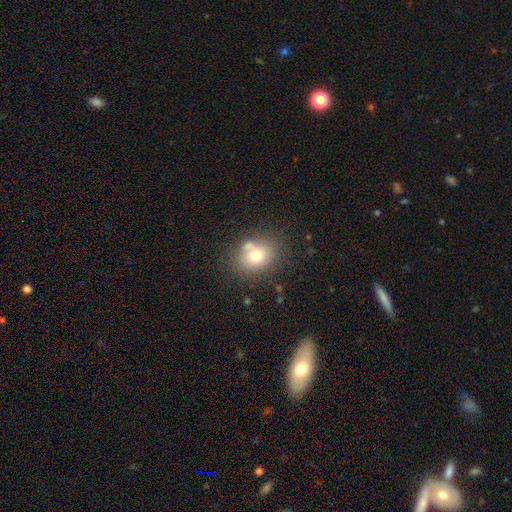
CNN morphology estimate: A smooth galaxy with no disk features (72%) that is round (58%). Merging: none (64%).